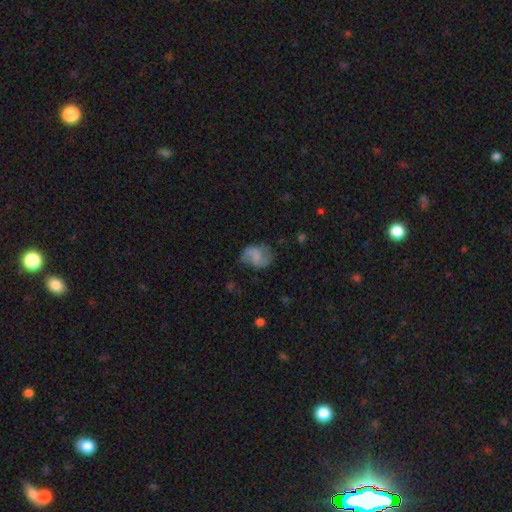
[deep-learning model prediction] This is possibly a featured or disk galaxy (51%). It is clearly not viewed edge-on (97%). Bar: possibly weak (46%). Spiral arm pattern: clearly yes (84%). Central bulge: possibly none (55%). Merging: likely none (66%).